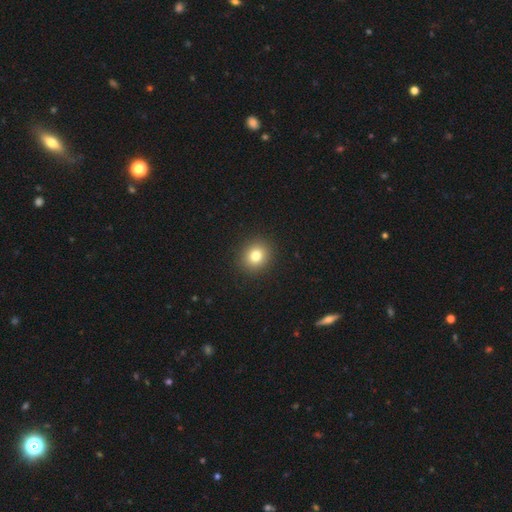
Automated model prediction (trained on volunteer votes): Smooth or featured: smooth — 80% (star or artifact — 12%)
How rounded: round — 82% (in between — 17%)
Merging: none — 92% (minor disturbance — 5%)